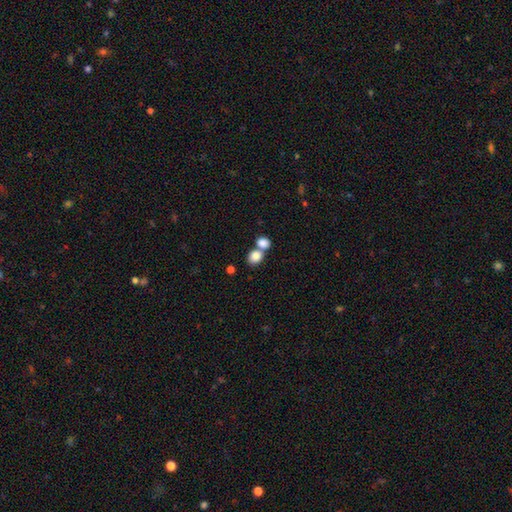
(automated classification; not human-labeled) Q: Smooth or featured?
A: smooth (84%); runner-up: star or artifact (9%)
Q: How rounded?
A: round (52%); runner-up: in between (47%)
Q: Merging?
A: merger (52%); runner-up: none (38%)